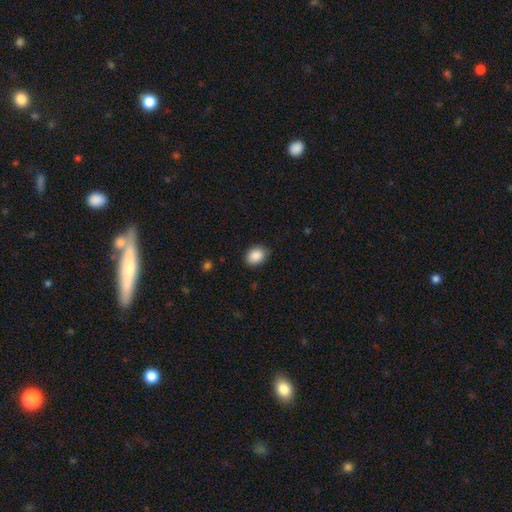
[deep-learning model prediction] This is clearly a smooth galaxy (89%). How rounded: likely in between (63%). Merging: clearly none (80%).